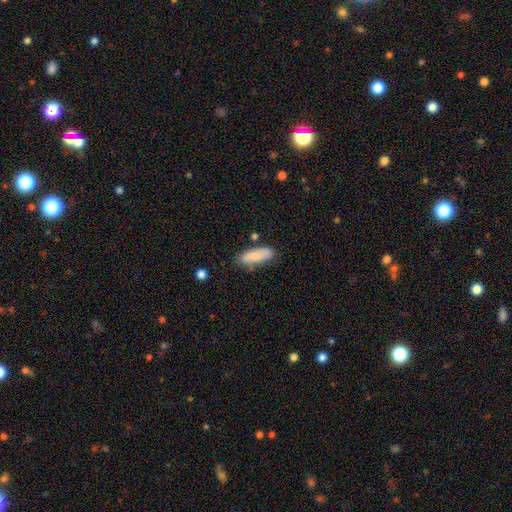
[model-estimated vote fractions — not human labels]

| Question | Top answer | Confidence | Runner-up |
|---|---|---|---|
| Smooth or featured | smooth | 85% | featured or disk (9%) |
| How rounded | in between | 61% | cigar-shaped (37%) |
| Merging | none | 72% | minor disturbance (20%) |